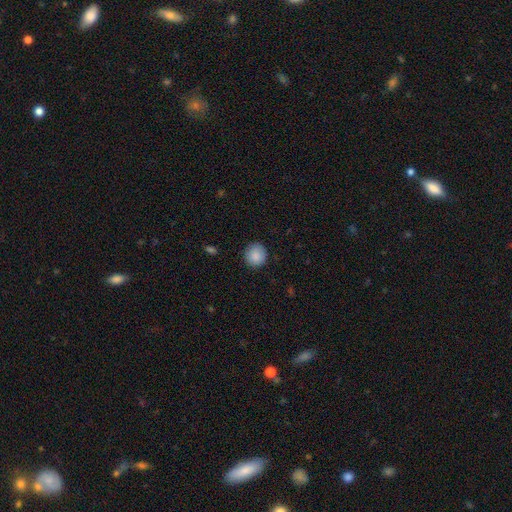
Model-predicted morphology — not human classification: smooth-or-featured: smooth: 87% | star or artifact: 8% | featured or disk: 5%
  how-rounded: round: 91% | in between: 8% | cigar-shaped: 1%
  merging: none: 87% | minor disturbance: 10% | major disturbance: 2% | merger: 1%